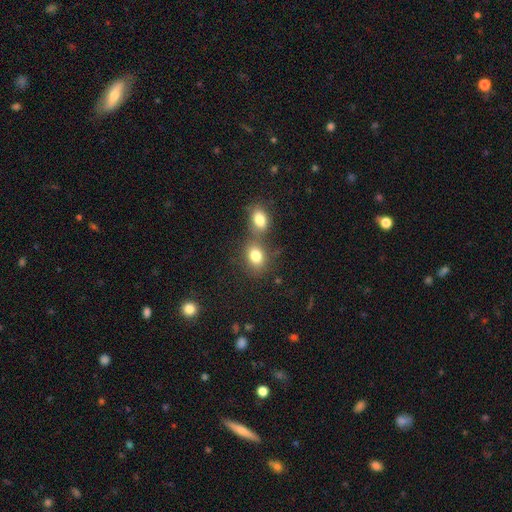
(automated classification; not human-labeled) smooth 81%, star or artifact 10%, featured or disk 9%. Down the decision tree: how rounded — in between (61%); merging — none (45%).